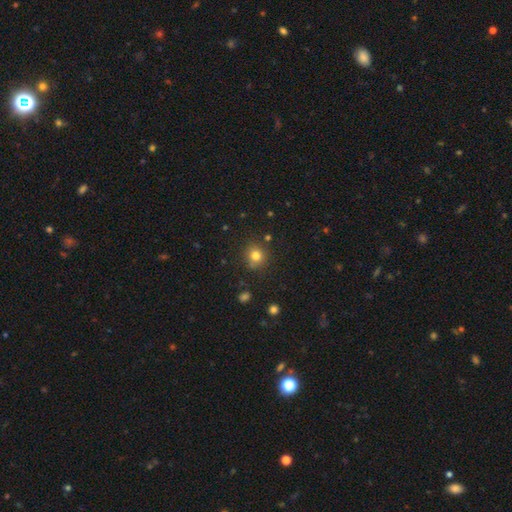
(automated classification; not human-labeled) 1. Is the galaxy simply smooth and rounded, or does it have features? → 78% smooth, 14% star or artifact, 8% featured or disk.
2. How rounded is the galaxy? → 86% round, 13% in between, 1% cigar-shaped.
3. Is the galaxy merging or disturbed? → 81% none, 10% minor disturbance, 5% merger, 3% major disturbance.